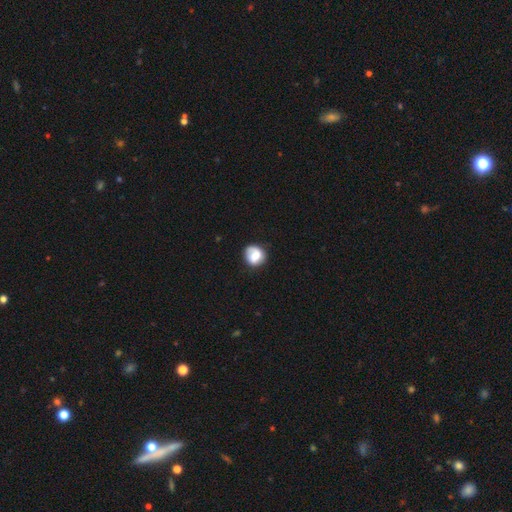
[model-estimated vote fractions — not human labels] A smooth galaxy with no disk features (67%) that is round (79%). Merging: none (62%).